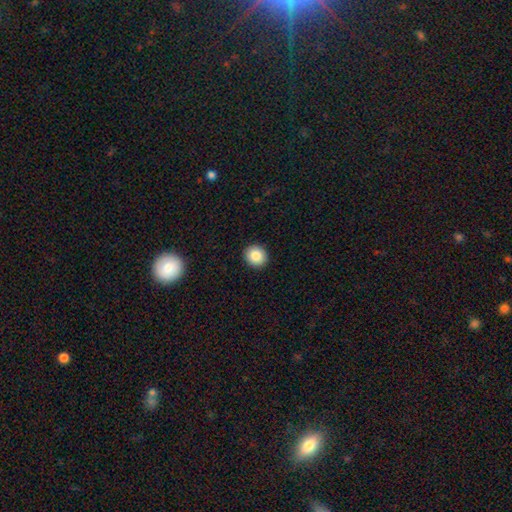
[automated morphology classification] smooth-or-featured: smooth: 86% | star or artifact: 9% | featured or disk: 5%
  how-rounded: round: 87% | in between: 12% | cigar-shaped: 1%
  merging: none: 93% | minor disturbance: 5% | major disturbance: 2% | merger: 1%